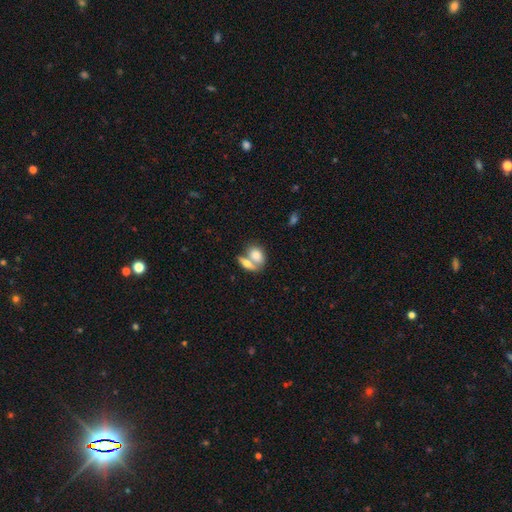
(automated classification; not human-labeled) Smooth or featured: smooth — 75% (featured or disk — 19%)
How rounded: in between — 81% (round — 15%)
Merging: merger — 62% (none — 28%)